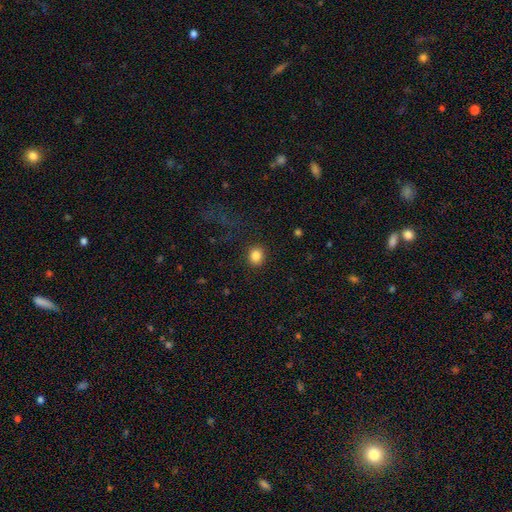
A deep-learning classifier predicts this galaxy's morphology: This appears to be a smooth galaxy with no disk features (85%) that is round (76%). Merging: none (89%).